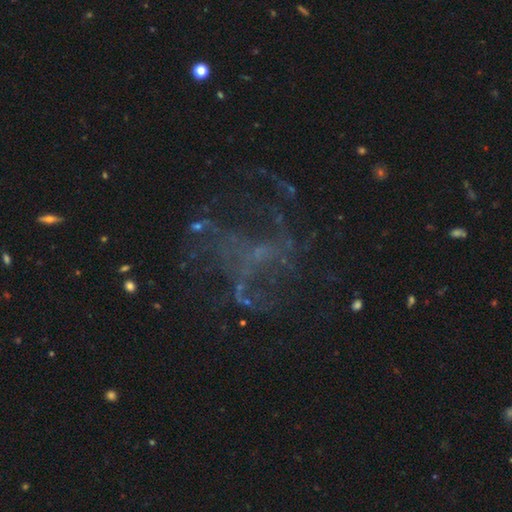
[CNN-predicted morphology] This appears to be a featured or disk galaxy (57%) with no bar (75%), no spiral arms (59%) and no central bulge (62%). Merging: none (52%).